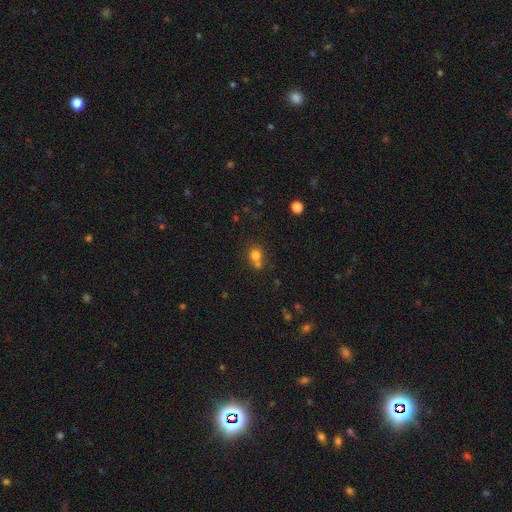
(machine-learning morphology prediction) smooth 76%, star or artifact 14%, featured or disk 10%. Down the decision tree: how rounded — round (79%); merging — none (46%).